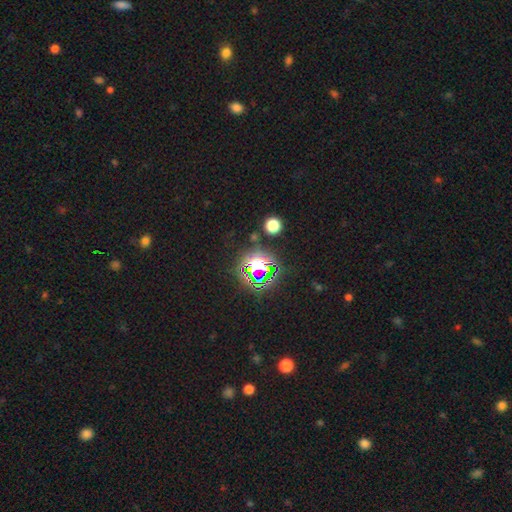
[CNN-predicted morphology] Smooth or featured?
  - star or artifact: 77% *
  - smooth: 15%
  - featured or disk: 8%